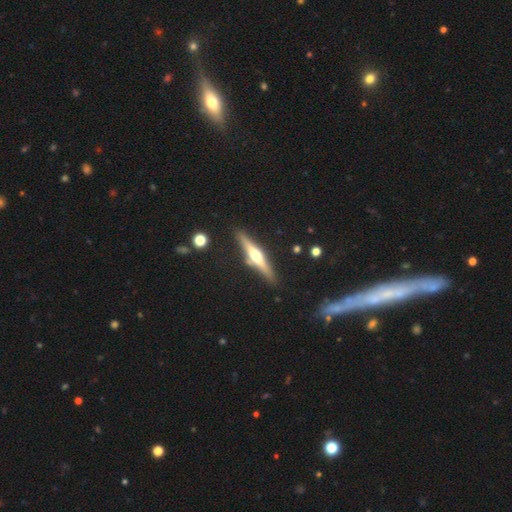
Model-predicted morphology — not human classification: A featured or disk galaxy (70%) viewed edge-on (97%) with a rounded central bulge (92%). Merging: none (86%).